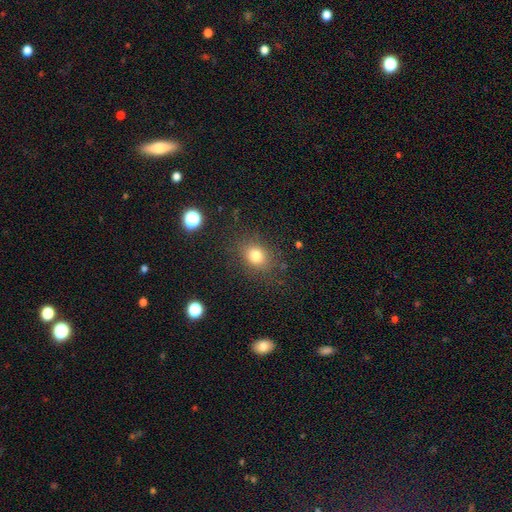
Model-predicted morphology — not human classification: smooth 78%, star or artifact 14%, featured or disk 8%. Down the decision tree: how rounded — round (53%); merging — none (82%).